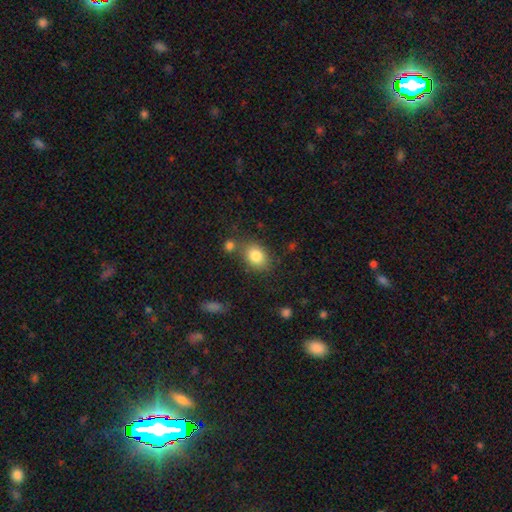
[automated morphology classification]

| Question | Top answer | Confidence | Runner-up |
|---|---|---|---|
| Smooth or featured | smooth | 82% | star or artifact (9%) |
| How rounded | in between | 65% | round (34%) |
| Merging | none | 69% | minor disturbance (14%) |